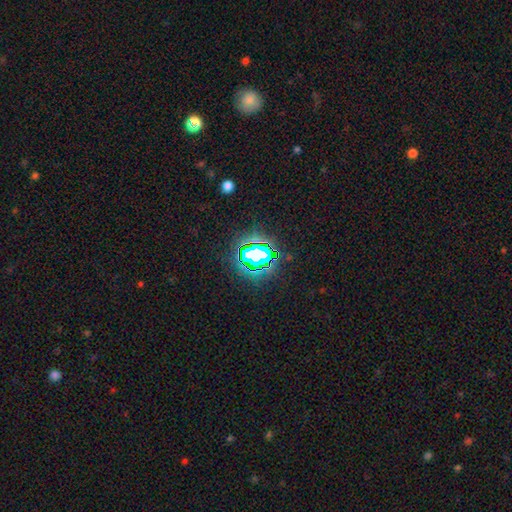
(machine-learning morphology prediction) Smooth or featured? Predicted: star or artifact (p=0.72).